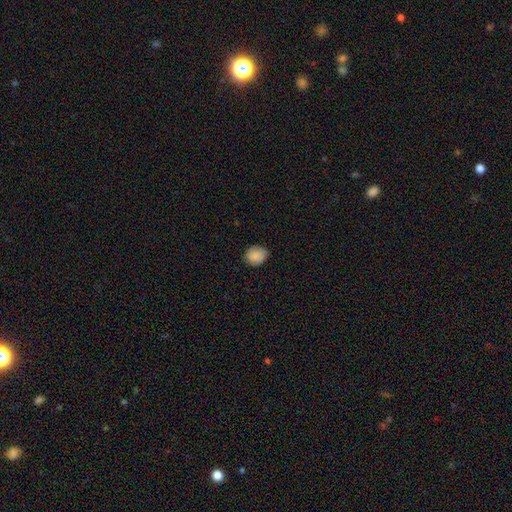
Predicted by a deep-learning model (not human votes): Overall: smooth (87%). How rounded: round (63%; in between 36%). Merging: none (82%).